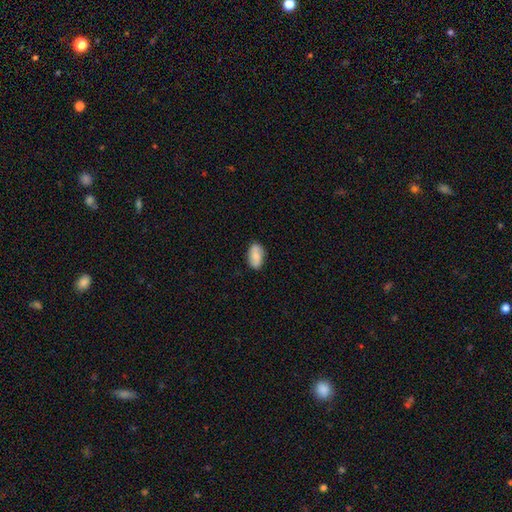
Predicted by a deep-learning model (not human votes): Overall: smooth (74%). How rounded: in between (93%). Merging: none (84%).